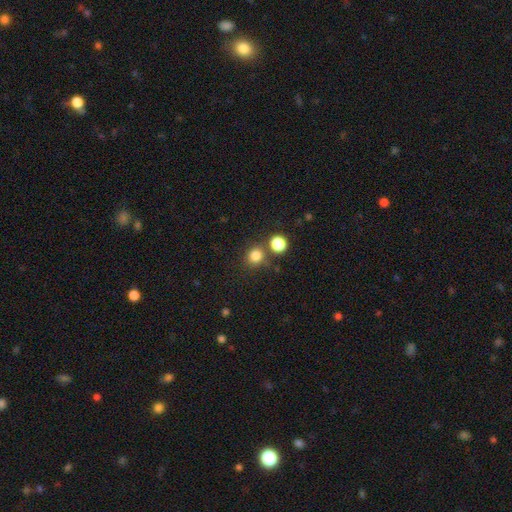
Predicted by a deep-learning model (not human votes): This appears to be a smooth galaxy with no disk features (81%) that is round (88%). Merging: none (73%).